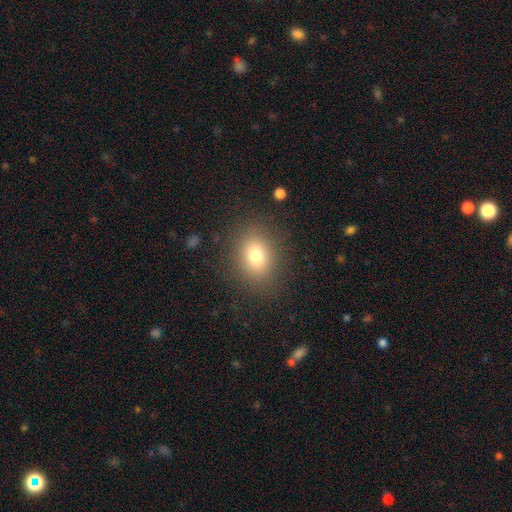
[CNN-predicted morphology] Overall: smooth (76%). How rounded: in between (53%; round 46%). Merging: none (85%).